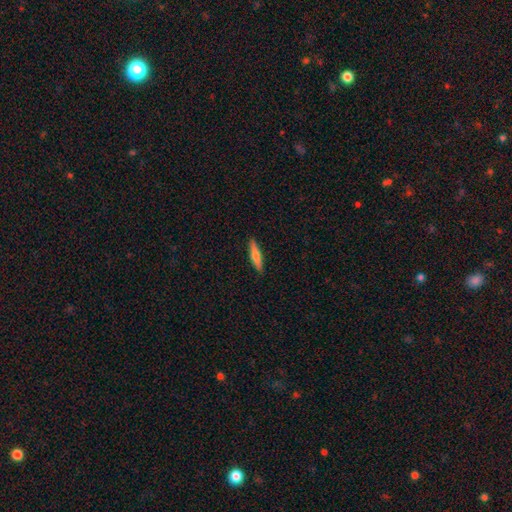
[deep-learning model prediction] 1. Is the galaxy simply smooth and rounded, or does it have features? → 68% smooth, 26% featured or disk, 6% star or artifact.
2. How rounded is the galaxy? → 84% cigar-shaped, 14% in between, 2% round.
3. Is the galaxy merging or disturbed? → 90% none, 7% minor disturbance, 2% major disturbance, 1% merger.